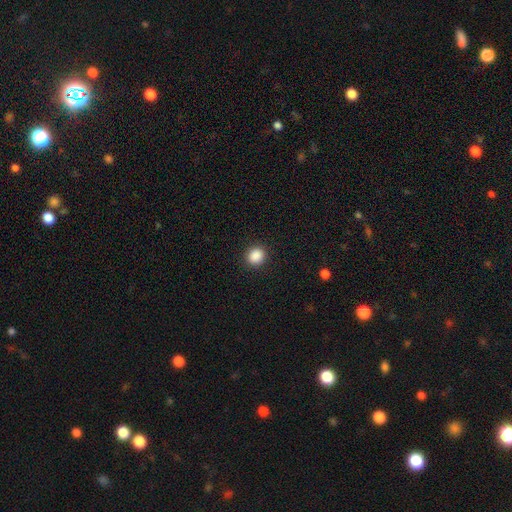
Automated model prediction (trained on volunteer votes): Morphology: type=smooth (88%); roundness=round (84%); merging=none (91%).